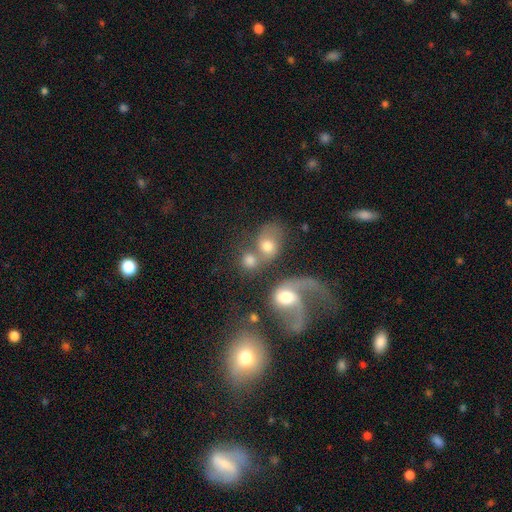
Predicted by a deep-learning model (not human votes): Morphology: type=featured or disk (43%); merging=merger (46%).